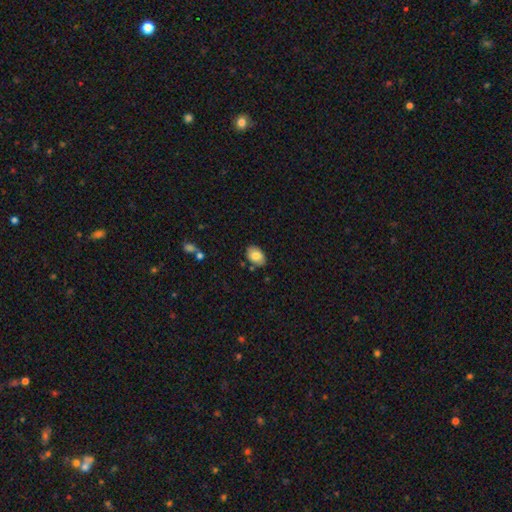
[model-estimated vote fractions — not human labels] Q: Smooth or featured?
A: smooth (82%); runner-up: featured or disk (11%)
Q: How rounded?
A: in between (88%); runner-up: round (11%)
Q: Merging?
A: none (83%); runner-up: minor disturbance (12%)